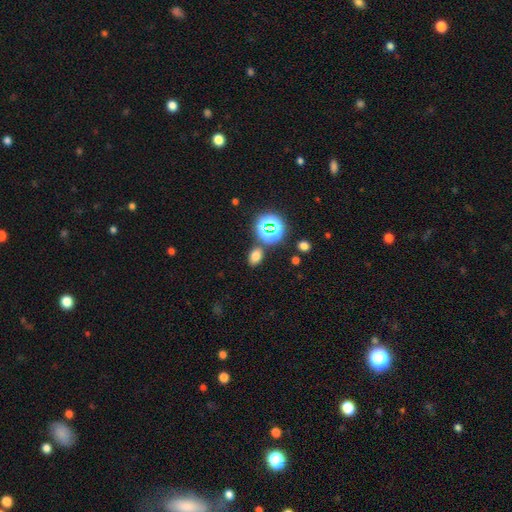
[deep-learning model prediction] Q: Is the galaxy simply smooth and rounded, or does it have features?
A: smooth — 70%.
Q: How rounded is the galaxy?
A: in between — 74%.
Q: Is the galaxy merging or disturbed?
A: none — 80%.